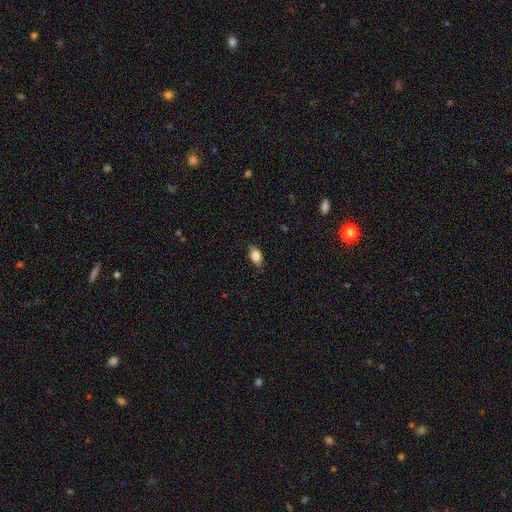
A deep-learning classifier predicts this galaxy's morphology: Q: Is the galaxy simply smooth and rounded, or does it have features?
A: smooth — 83%.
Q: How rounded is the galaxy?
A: in between — 88%.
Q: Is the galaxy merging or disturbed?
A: none — 80%.